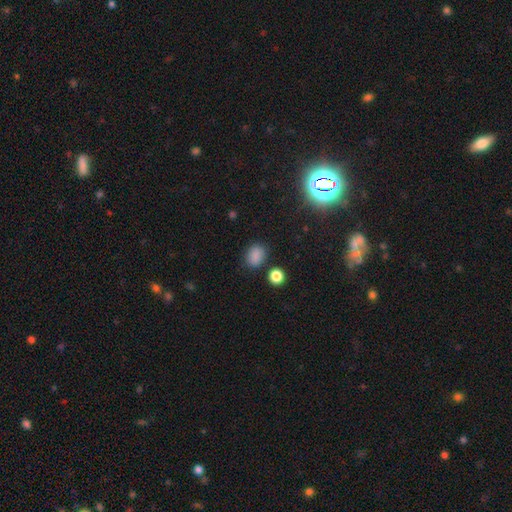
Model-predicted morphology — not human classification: smooth 83%, star or artifact 12%, featured or disk 5%. Down the decision tree: how rounded — in between (57%); merging — none (78%).